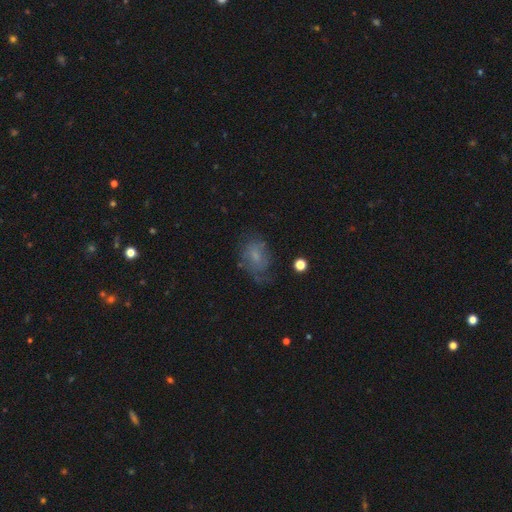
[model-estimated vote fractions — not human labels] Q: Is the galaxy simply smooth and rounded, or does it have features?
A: smooth — 50%.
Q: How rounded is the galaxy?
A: in between — 74%.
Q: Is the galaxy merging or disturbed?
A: none — 49%.